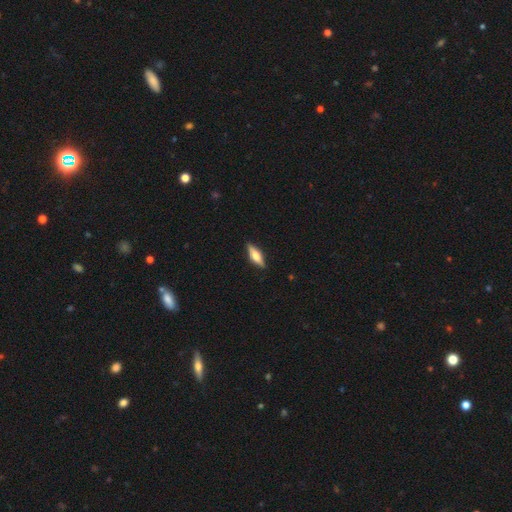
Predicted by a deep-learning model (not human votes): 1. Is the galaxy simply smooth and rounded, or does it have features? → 51% featured or disk, 42% smooth, 6% star or artifact.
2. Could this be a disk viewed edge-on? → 92% yes, 8% no.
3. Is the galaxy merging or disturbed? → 87% none, 10% minor disturbance, 2% major disturbance, 1% merger.